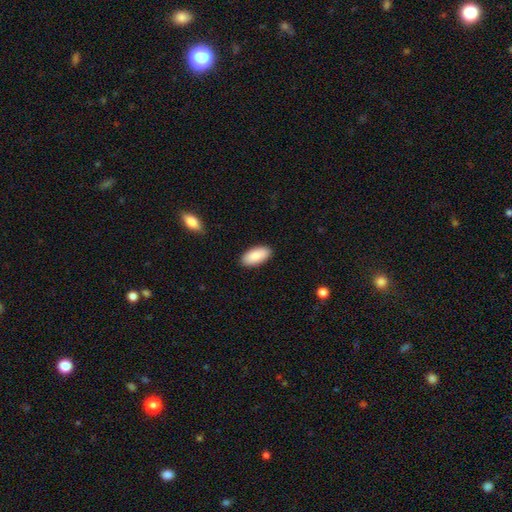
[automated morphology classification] Smooth or featured? Predicted: smooth (p=0.88). How rounded? Predicted: in between (p=0.93). Merging? Predicted: none (p=0.90).